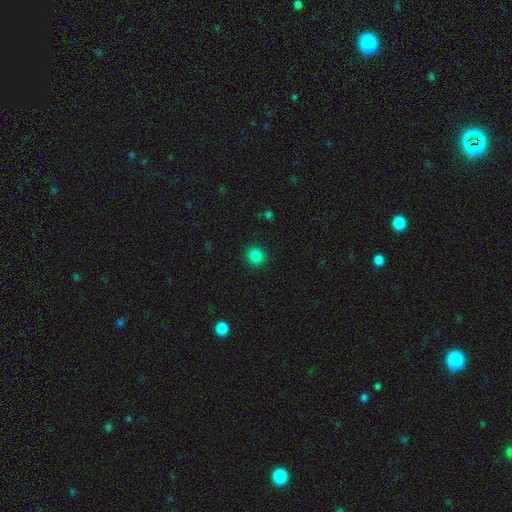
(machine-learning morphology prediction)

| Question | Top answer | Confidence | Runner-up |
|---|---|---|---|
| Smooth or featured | smooth | 85% | star or artifact (12%) |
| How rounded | round | 87% | in between (12%) |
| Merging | none | 90% | minor disturbance (6%) |